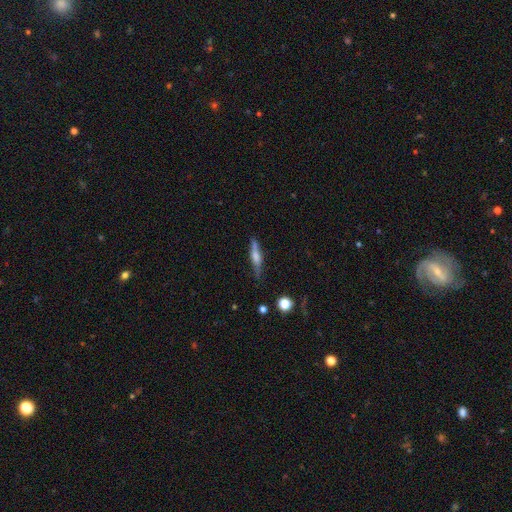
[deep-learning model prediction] This appears to be a featured or disk galaxy (52%) viewed edge-on (93%). Merging: none (76%).